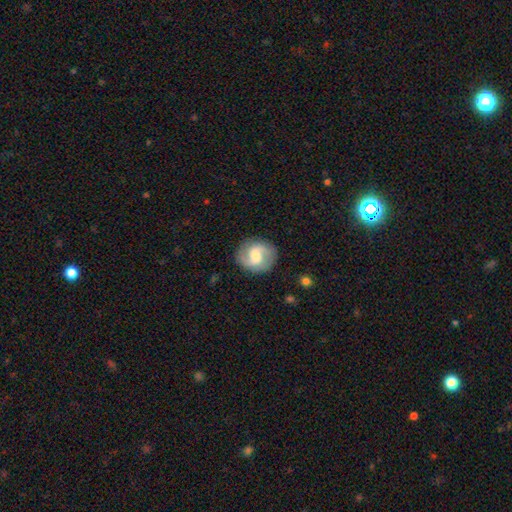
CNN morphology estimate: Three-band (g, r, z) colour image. It shows a featured or disk galaxy (74%) with a weak bar (55%), 2 (89%) medium (51%) spiral arms (95%) and a moderate central bulge (50%). Merging: none (85%).